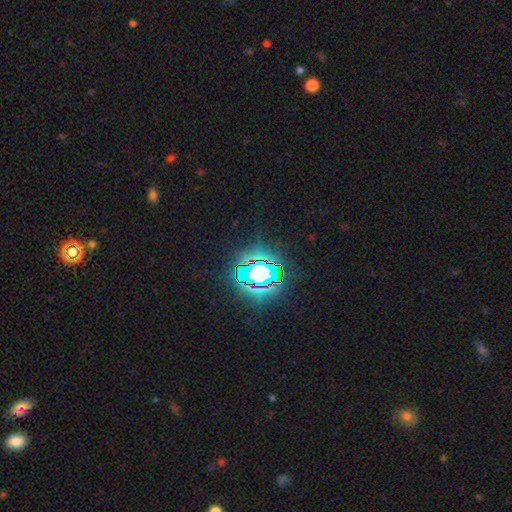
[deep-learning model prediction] The model was most divided on "smooth or featured": star or artifact: 82%, smooth: 10%, featured or disk: 7%.